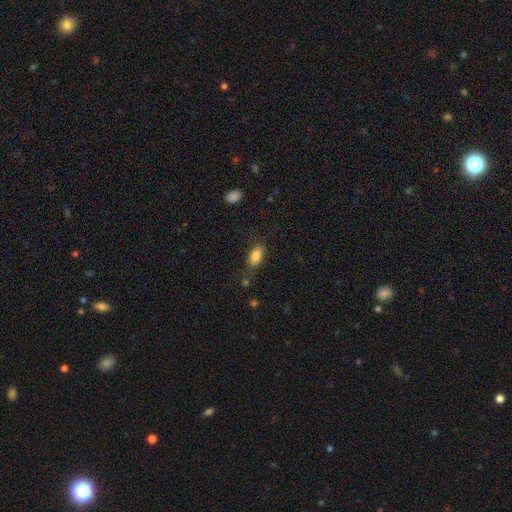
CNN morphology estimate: The model was most divided on "merging": none: 73%, minor disturbance: 18%, major disturbance: 6%, merger: 3%. More confident: how rounded — in between (89%); smooth or featured — smooth (85%).